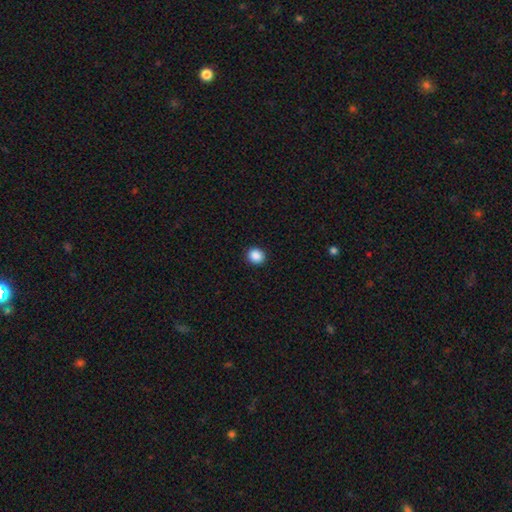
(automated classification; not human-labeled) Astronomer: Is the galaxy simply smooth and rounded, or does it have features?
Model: smooth — 88%.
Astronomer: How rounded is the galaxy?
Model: round — 83%.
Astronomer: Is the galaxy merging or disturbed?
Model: none — 92%.